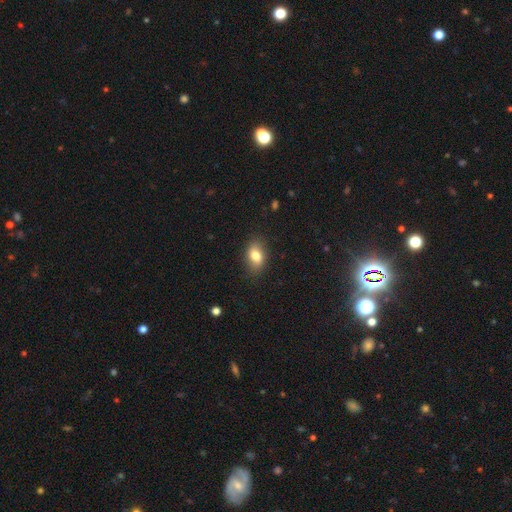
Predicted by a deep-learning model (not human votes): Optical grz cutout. It shows a smooth galaxy with no disk features (79%) that is in between round and cigar-shaped (83%). Merging: none (83%).